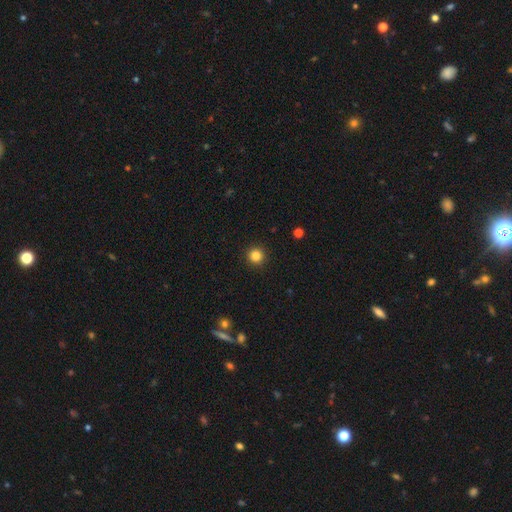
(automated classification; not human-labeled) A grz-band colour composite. It shows a smooth galaxy with no disk features (84%) that is round (96%). Merging: none (93%).